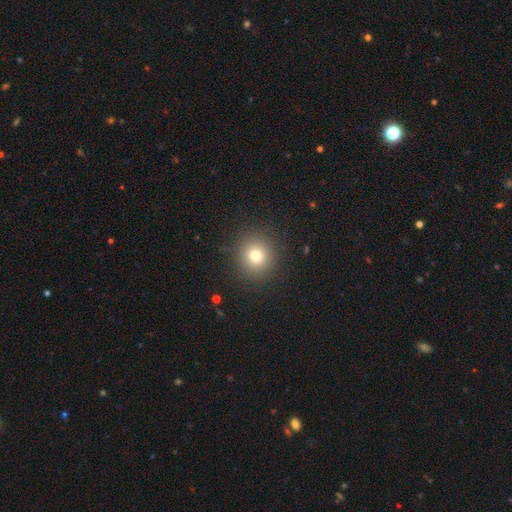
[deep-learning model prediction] smooth_or_featured: smooth (p=0.77) [alt: star or artifact p=0.15]
how_rounded: round (p=0.92) [alt: in between p=0.07]
merging: none (p=0.90) [alt: minor disturbance p=0.06]